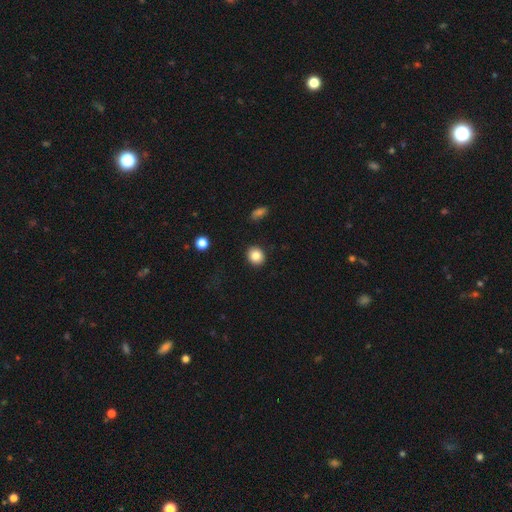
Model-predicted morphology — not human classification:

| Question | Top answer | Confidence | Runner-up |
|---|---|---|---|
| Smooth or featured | smooth | 85% | star or artifact (9%) |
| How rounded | round | 78% | in between (21%) |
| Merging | none | 90% | minor disturbance (6%) |